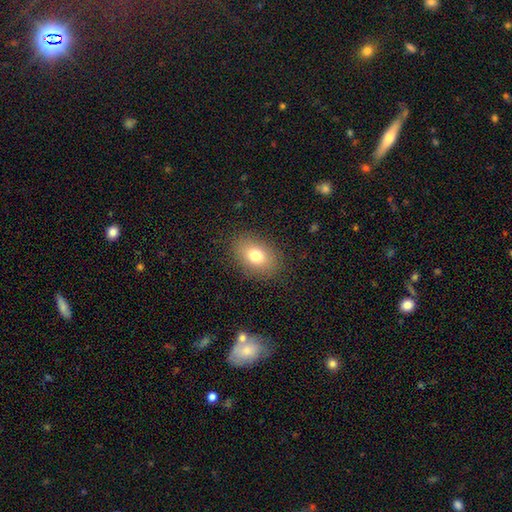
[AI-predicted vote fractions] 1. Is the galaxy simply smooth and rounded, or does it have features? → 76% smooth, 14% featured or disk, 11% star or artifact.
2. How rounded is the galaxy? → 78% in between, 20% round, 1% cigar-shaped.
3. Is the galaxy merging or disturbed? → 86% none, 10% minor disturbance, 4% major disturbance, 1% merger.